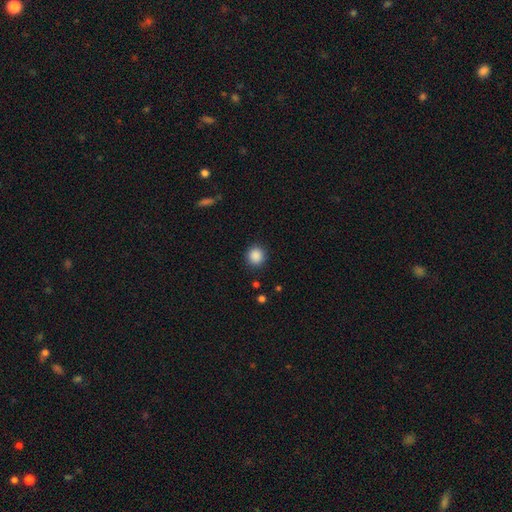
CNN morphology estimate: Smooth or featured?
  - smooth: 87% *
  - star or artifact: 10%
  - featured or disk: 3%
How rounded?
  - round: 92% *
  - in between: 7%
  - cigar-shaped: 1%
Merging?
  - none: 89% *
  - minor disturbance: 7%
  - major disturbance: 2%
  - merger: 1%